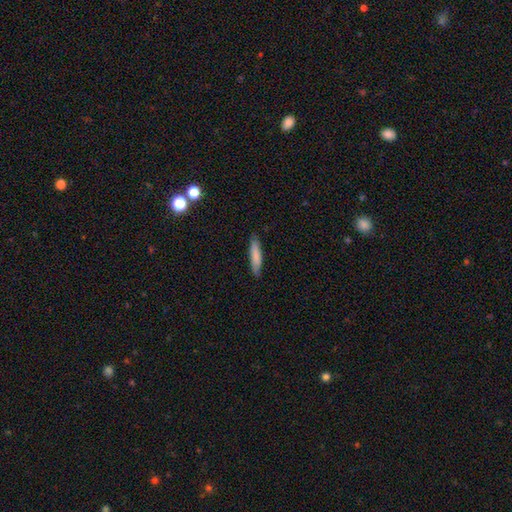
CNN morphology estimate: smooth_or_featured: smooth (p=0.81) [alt: featured or disk p=0.13]
how_rounded: cigar-shaped (p=0.81) [alt: in between p=0.17]
merging: none (p=0.87) [alt: minor disturbance p=0.10]